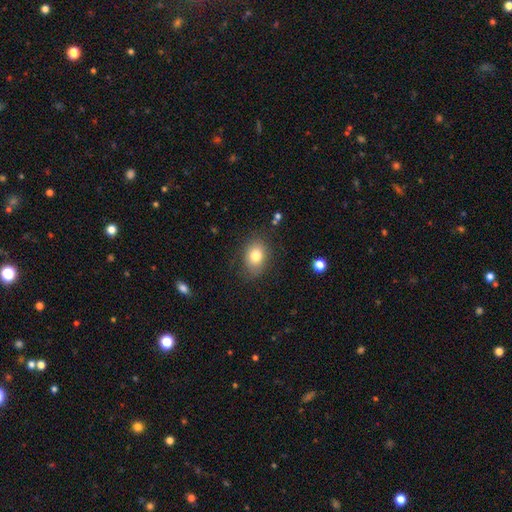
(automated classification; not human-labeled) smooth_or_featured: smooth (p=0.80) [alt: featured or disk p=0.11]
how_rounded: in between (p=0.67) [alt: round p=0.32]
merging: none (p=0.79) [alt: minor disturbance p=0.15]